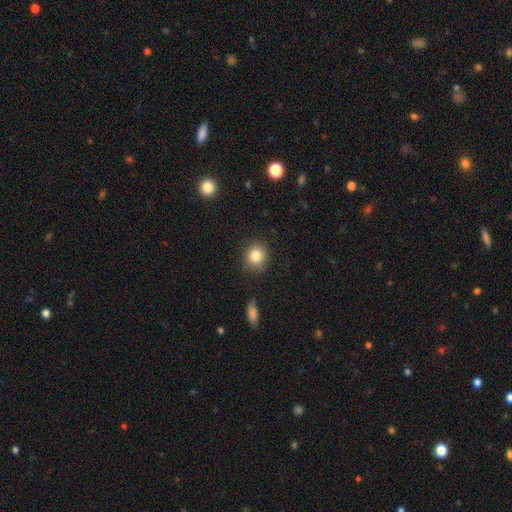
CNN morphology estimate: type=smooth (83%); roundness=round (82%); merging=none (86%).